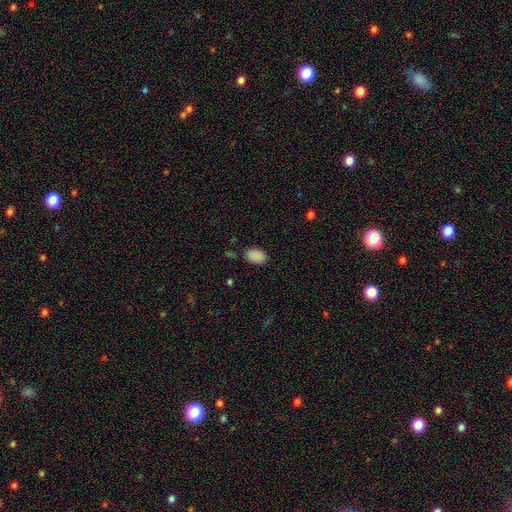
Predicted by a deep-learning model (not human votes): This is clearly a smooth galaxy (88%). How rounded: clearly in between (85%). Merging: likely none (80%).